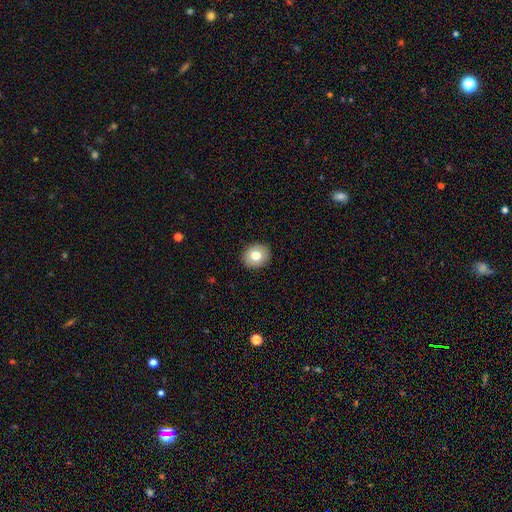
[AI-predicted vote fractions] This is likely a smooth galaxy (77%). How rounded: likely round (73%). Merging: clearly none (91%).